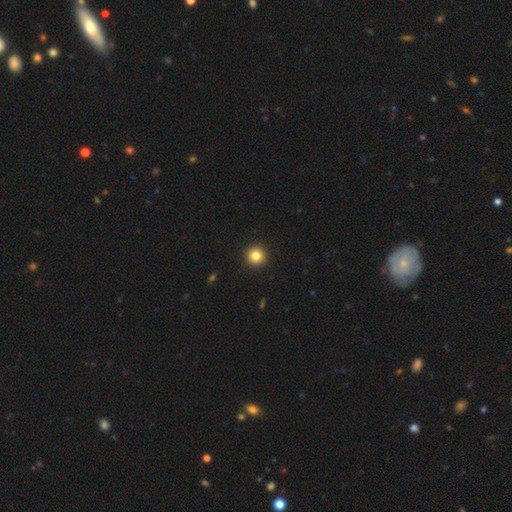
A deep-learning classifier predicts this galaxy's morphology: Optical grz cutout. It shows a smooth galaxy with no disk features (84%) that is round (95%). Merging: none (94%).